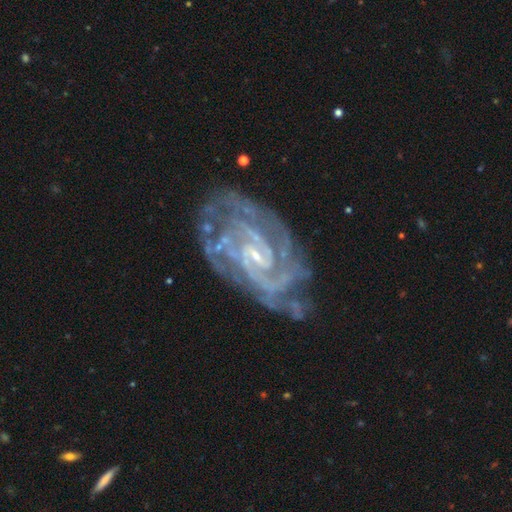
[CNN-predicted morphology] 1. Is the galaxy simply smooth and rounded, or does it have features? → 90% featured or disk, 6% star or artifact, 4% smooth.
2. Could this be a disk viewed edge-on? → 97% no, 3% yes.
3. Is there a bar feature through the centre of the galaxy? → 44% weak, 38% no, 18% strong.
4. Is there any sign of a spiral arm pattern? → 97% yes, 3% no.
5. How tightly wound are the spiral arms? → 63% tight, 32% medium, 6% loose.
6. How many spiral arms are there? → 26% 2, 22% can't tell, 21% 3, 16% 4, 9% more than 4, 7% 1.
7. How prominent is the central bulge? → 79% small, 13% moderate, 7% none, 1% large, 1% dominant.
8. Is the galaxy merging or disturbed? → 67% none, 20% minor disturbance, 10% major disturbance, 3% merger.